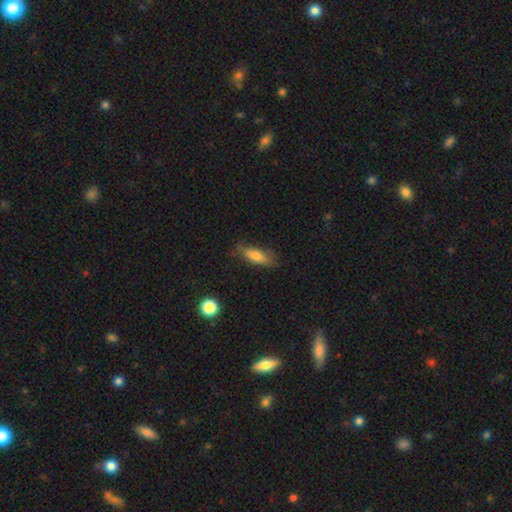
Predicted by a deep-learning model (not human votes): A smooth galaxy with no disk features (74%) that is in between round and cigar-shaped (62%). Merging: none (70%).